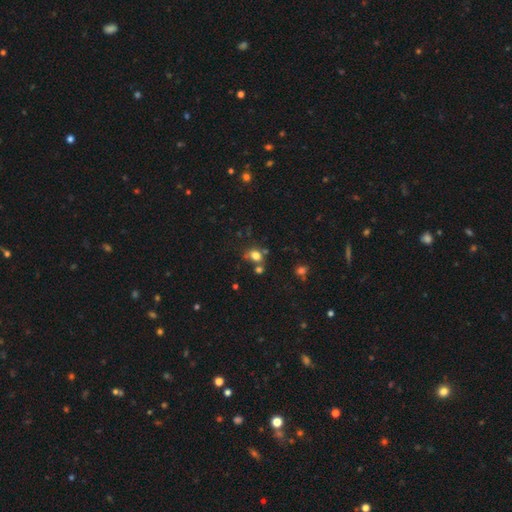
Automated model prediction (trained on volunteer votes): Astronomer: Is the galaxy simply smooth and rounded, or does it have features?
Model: smooth — 76%.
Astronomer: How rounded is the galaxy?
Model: in between — 52% (runner-up: round, 46%).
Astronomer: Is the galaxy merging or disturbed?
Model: none — 50% (runner-up: merger, 25%).